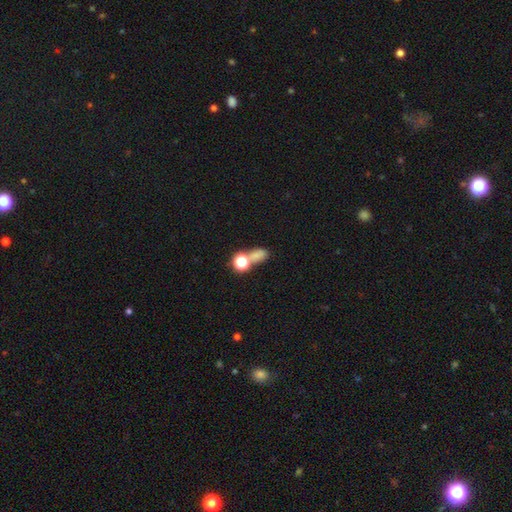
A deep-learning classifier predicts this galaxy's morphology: Smooth or featured? Predicted: smooth (p=0.68). How rounded? Predicted: in between (p=0.57). Merging? Predicted: merger (p=0.43).